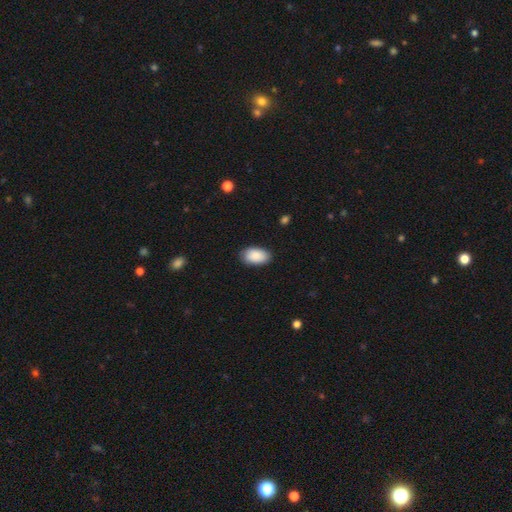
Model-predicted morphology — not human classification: Overall: smooth (90%). How rounded: in between (95%). Merging: none (85%).